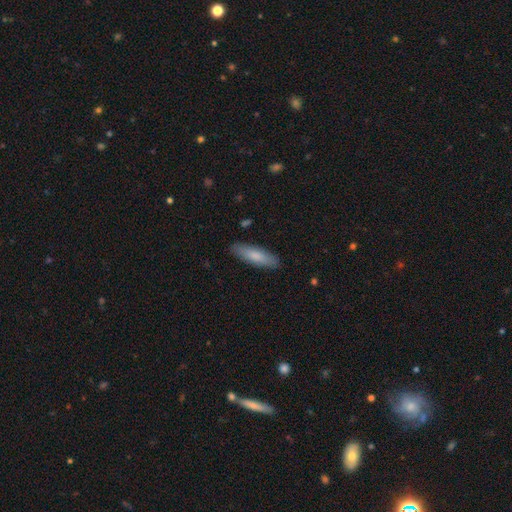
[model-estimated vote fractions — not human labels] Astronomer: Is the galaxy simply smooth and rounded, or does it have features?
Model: smooth — 78%.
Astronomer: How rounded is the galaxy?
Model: cigar-shaped — 55% (runner-up: in between, 44%).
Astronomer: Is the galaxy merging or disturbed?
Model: none — 88%.